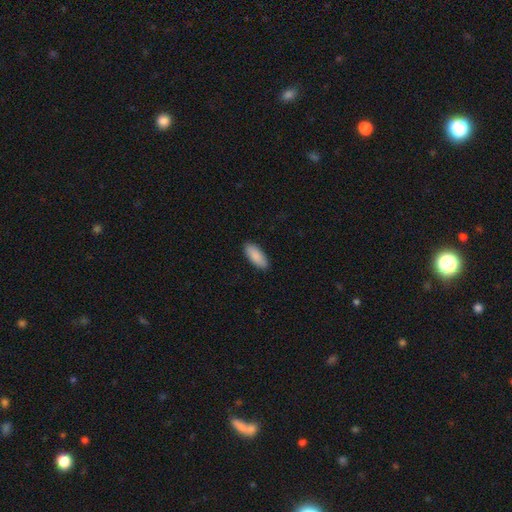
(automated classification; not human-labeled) A smooth galaxy with no disk features (90%) that is in between round and cigar-shaped (81%). Merging: none (90%).